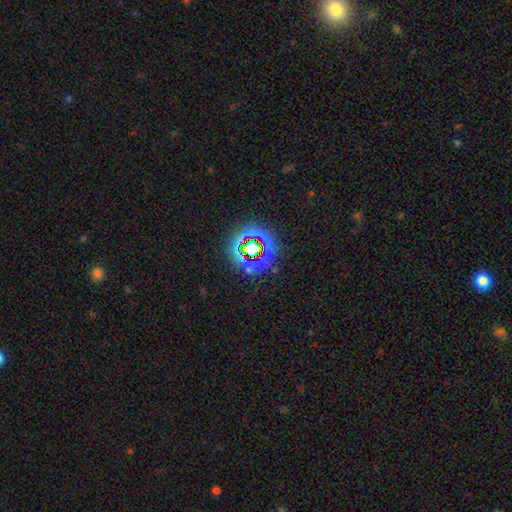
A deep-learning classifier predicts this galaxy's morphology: smooth_or_featured: star or artifact (p=0.78) [alt: smooth p=0.13]